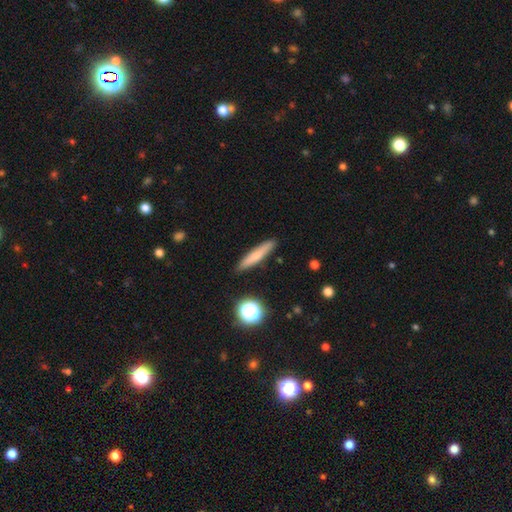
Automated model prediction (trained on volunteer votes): The model was most divided on "smooth or featured": smooth: 69%, featured or disk: 22%, star or artifact: 9%. More confident: how rounded — cigar-shaped (91%); merging — none (89%).